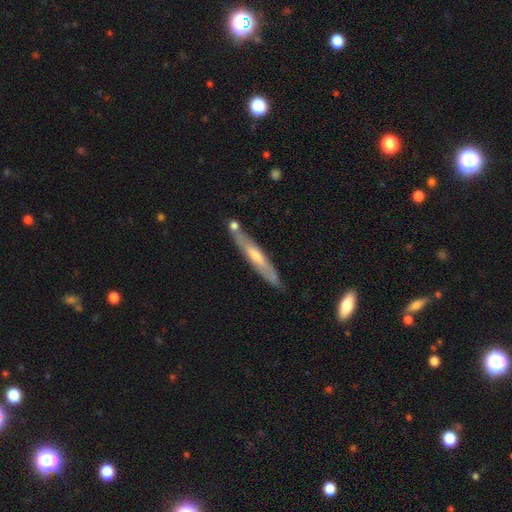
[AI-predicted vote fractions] Smooth or featured?
  - featured or disk: 58% *
  - smooth: 36%
  - star or artifact: 6%
Edge-on disk?
  - yes: 76% *
  - no: 24%
Merging?
  - none: 77% *
  - minor disturbance: 14%
  - merger: 6%
  - major disturbance: 3%